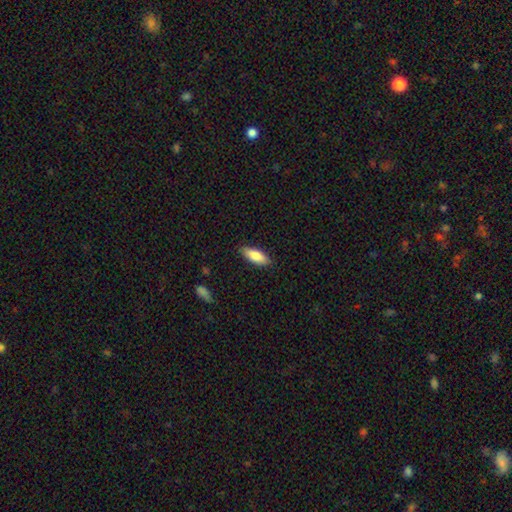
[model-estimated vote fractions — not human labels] This appears to be a smooth galaxy with no disk features (81%) that is in between round and cigar-shaped (71%). Merging: none (87%).